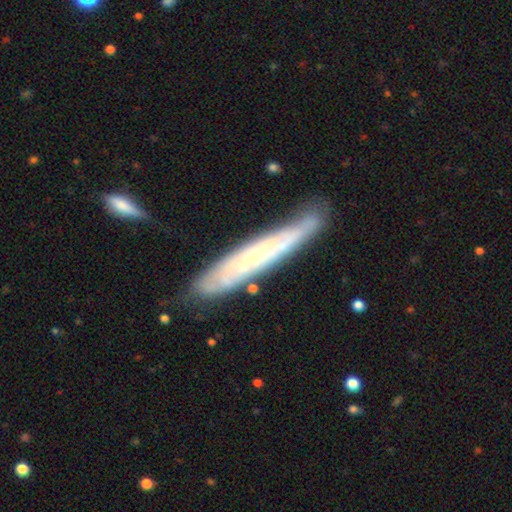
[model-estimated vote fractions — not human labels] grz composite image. It shows a featured or disk galaxy (63%) viewed edge-on (62%). Merging: none (76%).